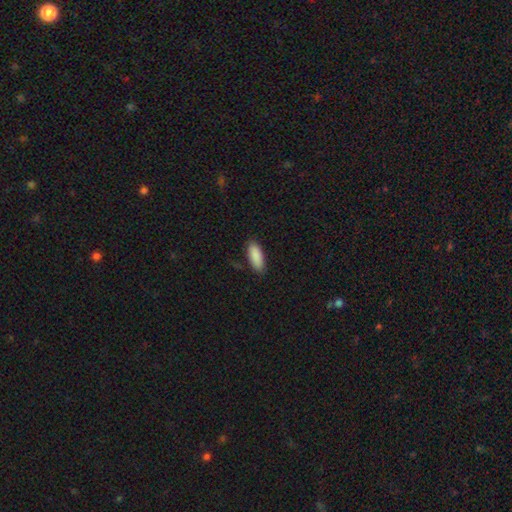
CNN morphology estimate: smooth 89%, star or artifact 6%, featured or disk 5%. Down the decision tree: how rounded — in between (75%); merging — none (85%).